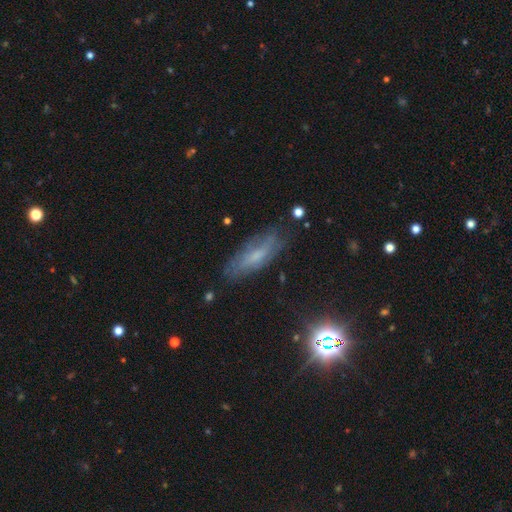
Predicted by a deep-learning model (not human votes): Morphology: type=smooth (44%); merging=none (71%).